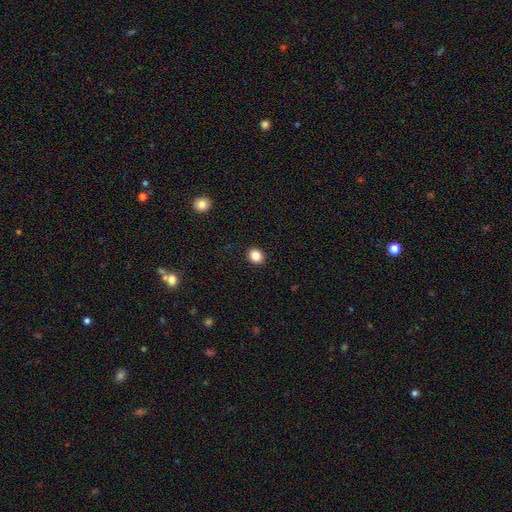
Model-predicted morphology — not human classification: Smooth or featured? smooth (85%)
How rounded? round (70%)
Merging? none (92%)